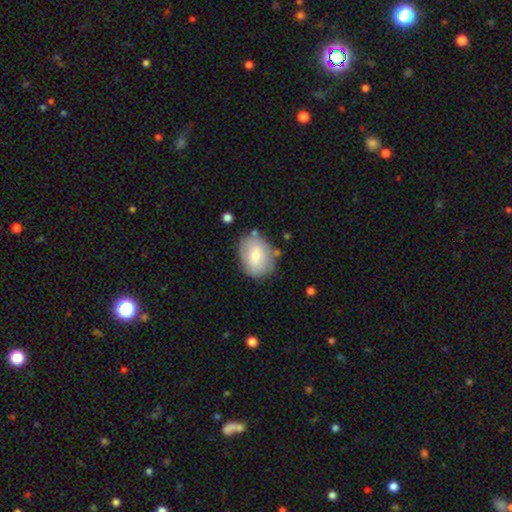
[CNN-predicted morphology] The model was most divided on "how rounded": in between: 69%, round: 30%, cigar-shaped: 1%. More confident: merging — none (72%); smooth or featured — smooth (67%).